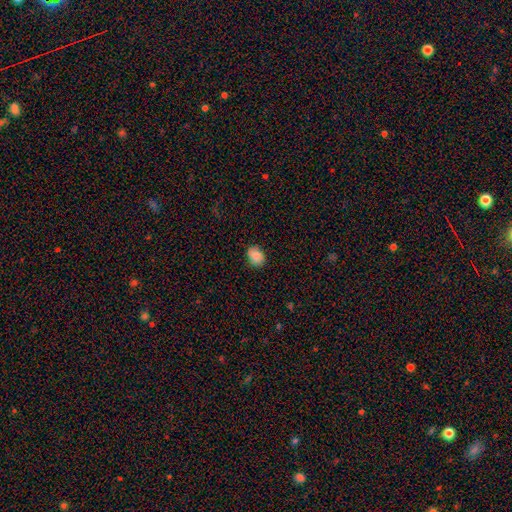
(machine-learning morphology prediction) Q: Smooth or featured?
A: smooth (84%); runner-up: star or artifact (8%)
Q: How rounded?
A: in between (55%); runner-up: round (44%)
Q: Merging?
A: none (82%); runner-up: minor disturbance (15%)